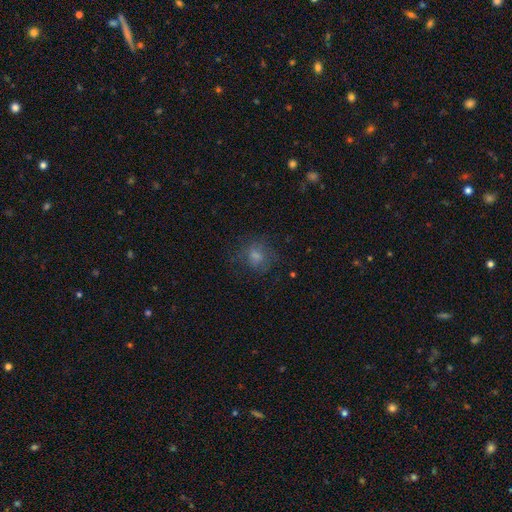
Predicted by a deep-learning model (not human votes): Overall: smooth (59%; star or artifact 22%). How rounded: round (80%). Merging: none (72%).